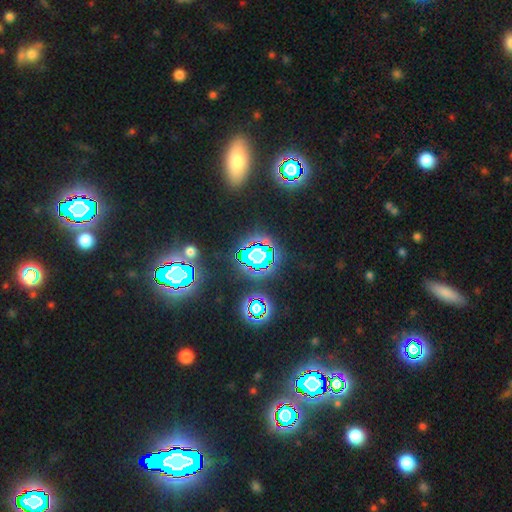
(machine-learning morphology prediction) Q: Smooth or featured?
A: star or artifact (74%); runner-up: smooth (17%)